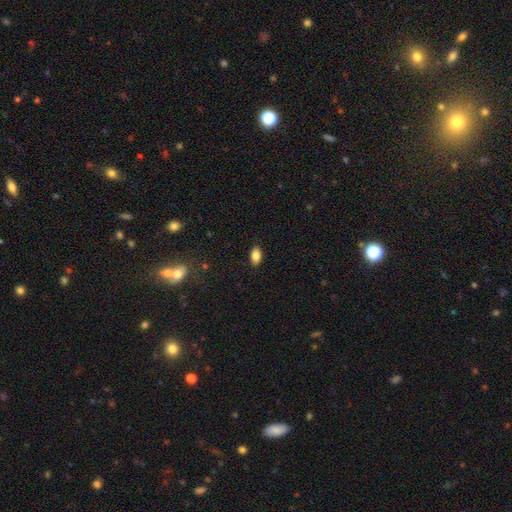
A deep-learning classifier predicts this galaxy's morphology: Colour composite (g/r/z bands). It shows a smooth galaxy with no disk features (85%) that is in between round and cigar-shaped (90%). Merging: none (87%).